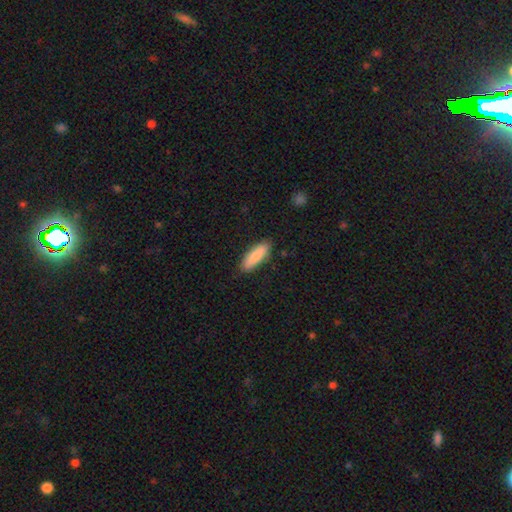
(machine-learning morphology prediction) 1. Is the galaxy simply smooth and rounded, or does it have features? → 84% smooth, 11% featured or disk, 6% star or artifact.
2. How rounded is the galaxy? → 50% cigar-shaped, 48% in between, 2% round.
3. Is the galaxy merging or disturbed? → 86% none, 11% minor disturbance, 2% major disturbance, 1% merger.